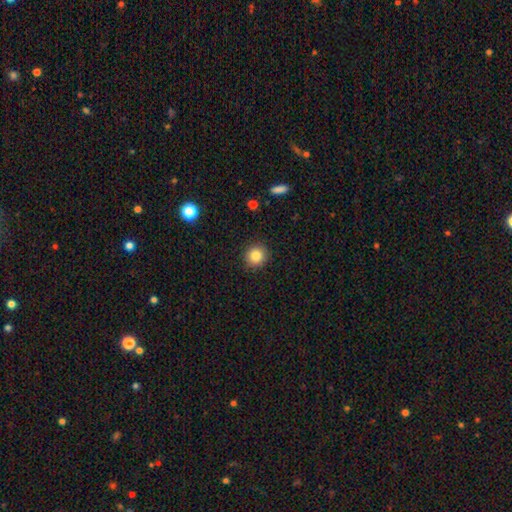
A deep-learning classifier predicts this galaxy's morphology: Overall: smooth (83%). How rounded: round (92%). Merging: none (91%).